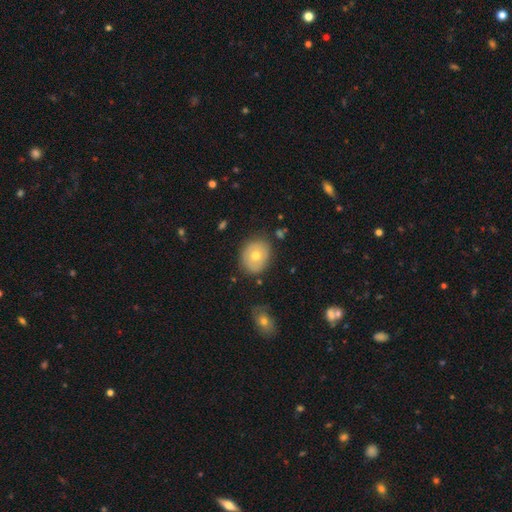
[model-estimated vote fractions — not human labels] Overall: smooth (61%; featured or disk 30%). How rounded: round (57%; in between 42%). Merging: none (81%).